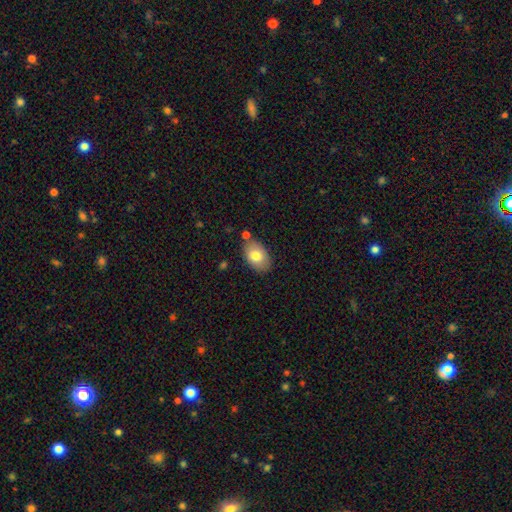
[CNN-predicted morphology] smooth-or-featured: smooth: 78% | featured or disk: 15% | star or artifact: 7%
  how-rounded: in between: 88% | round: 10% | cigar-shaped: 1%
  merging: none: 75% | minor disturbance: 15% | merger: 7% | major disturbance: 3%